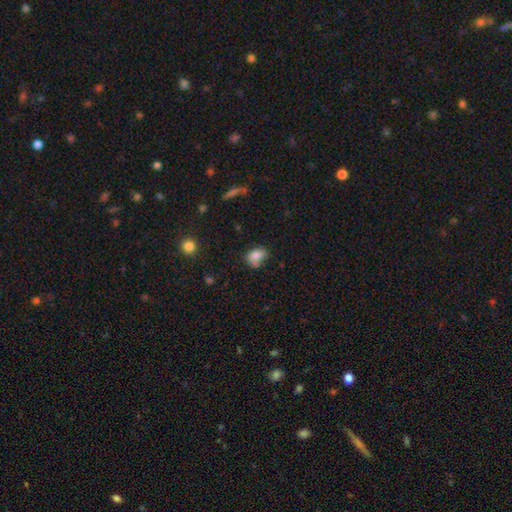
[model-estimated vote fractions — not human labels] Morphology: type=smooth (81%); roundness=in between (73%); merging=none (51%).